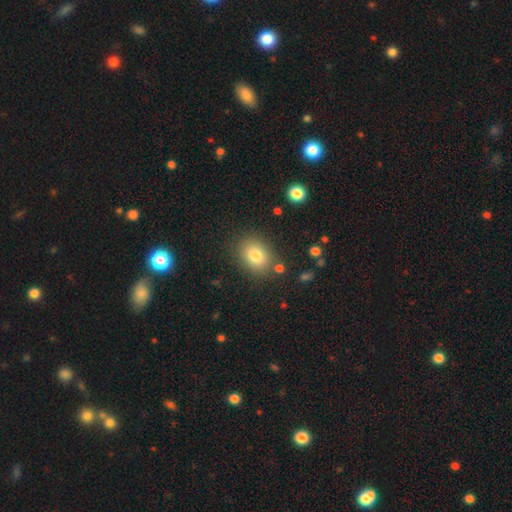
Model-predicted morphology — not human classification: Overall: smooth (80%). How rounded: in between (57%; round 42%). Merging: none (82%).